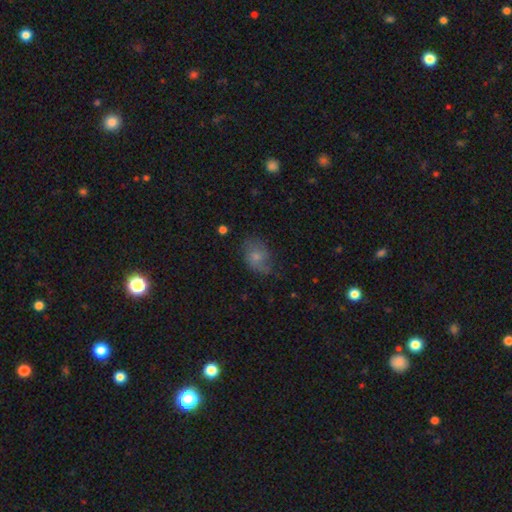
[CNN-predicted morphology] This appears to be a smooth galaxy with no disk features (56%) that is in between round and cigar-shaped (69%). Merging: none (63%).